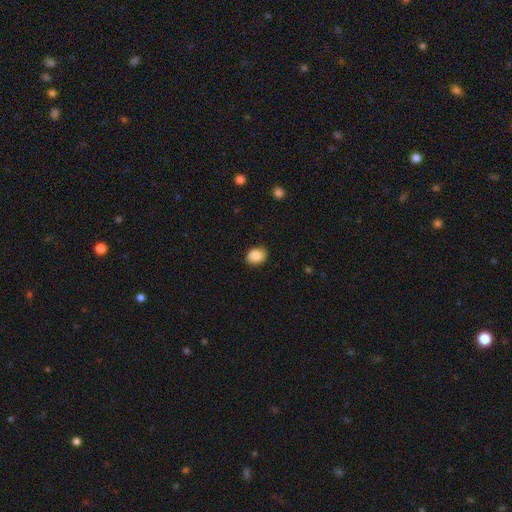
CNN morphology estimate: Smooth or featured? smooth (87%)
How rounded? in between (52%)
Merging? none (85%)